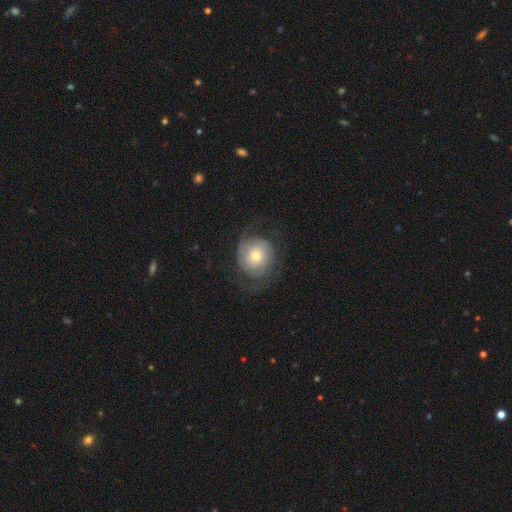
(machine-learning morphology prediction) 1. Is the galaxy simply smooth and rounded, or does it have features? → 61% featured or disk, 31% smooth, 7% star or artifact.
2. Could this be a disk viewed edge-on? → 97% no, 3% yes.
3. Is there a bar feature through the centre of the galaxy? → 79% no, 16% weak, 4% strong.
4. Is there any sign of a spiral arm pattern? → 81% yes, 19% no.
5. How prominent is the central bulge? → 47% small, 45% moderate, 5% large, 2% dominant, 1% none.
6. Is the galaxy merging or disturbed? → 64% none, 18% major disturbance, 16% minor disturbance, 1% merger.